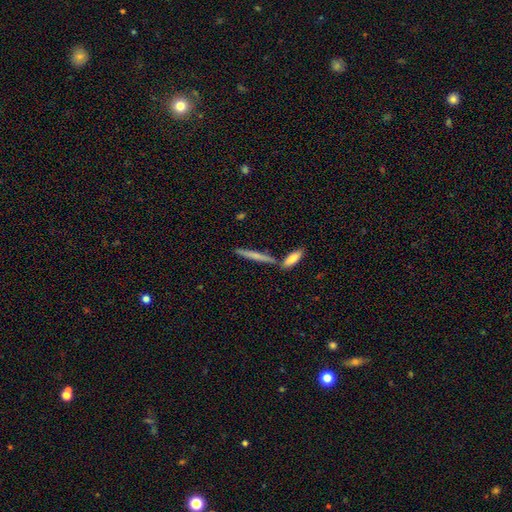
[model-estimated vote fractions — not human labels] Q: Smooth or featured?
A: smooth (58%); runner-up: featured or disk (35%)
Q: How rounded?
A: cigar-shaped (92%); runner-up: in between (6%)
Q: Merging?
A: none (74%); runner-up: merger (15%)